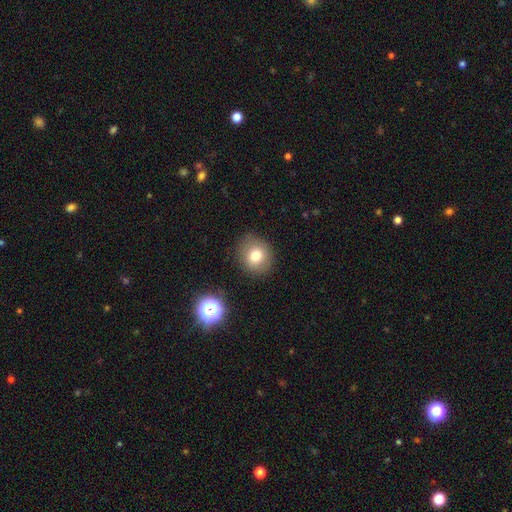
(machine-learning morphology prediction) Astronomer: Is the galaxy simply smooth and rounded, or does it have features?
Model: smooth — 76%.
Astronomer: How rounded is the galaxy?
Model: round — 78%.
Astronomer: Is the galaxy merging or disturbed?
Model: none — 85%.